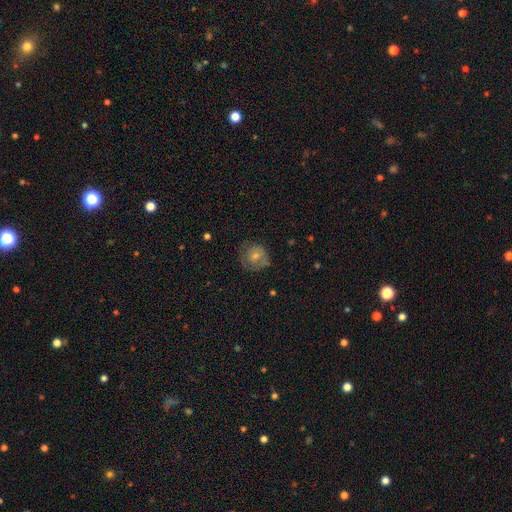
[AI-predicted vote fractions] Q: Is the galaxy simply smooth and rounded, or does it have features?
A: smooth — 68%.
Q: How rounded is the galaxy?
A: round — 83%.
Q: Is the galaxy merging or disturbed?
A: none — 63%.